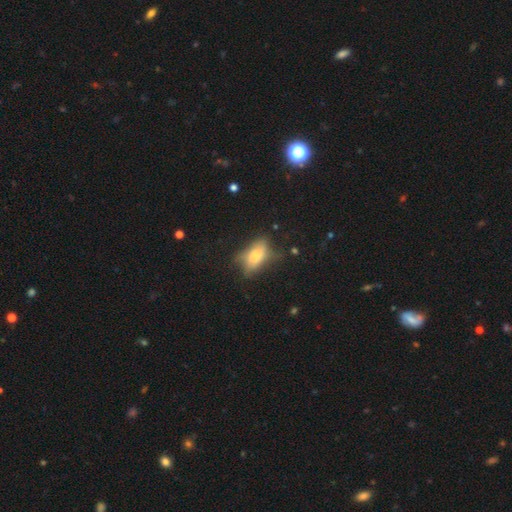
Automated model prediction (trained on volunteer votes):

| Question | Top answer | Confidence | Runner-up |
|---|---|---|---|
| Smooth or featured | smooth | 66% | featured or disk (24%) |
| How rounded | in between | 86% | cigar-shaped (7%) |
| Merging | none | 52% | minor disturbance (29%) |